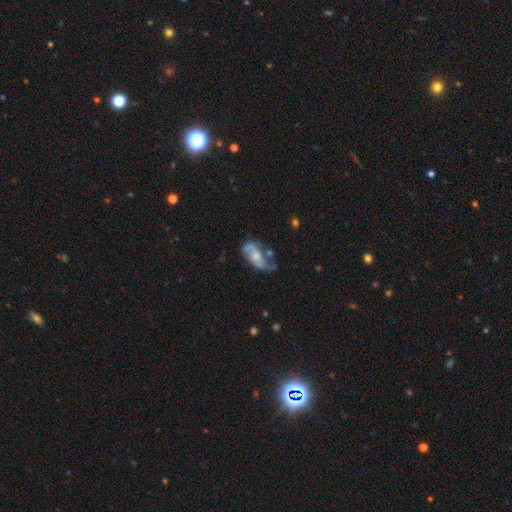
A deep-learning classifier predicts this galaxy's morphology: This is likely a featured or disk galaxy (71%). It is clearly not viewed edge-on (94%). Bar: possibly no (58%). Spiral arm pattern: clearly yes (86%). Spiral arm count: clearly 2 (82%). Spiral winding: possibly loose (53%). Central bulge: marginally small (42%). Merging: marginally none (41%).